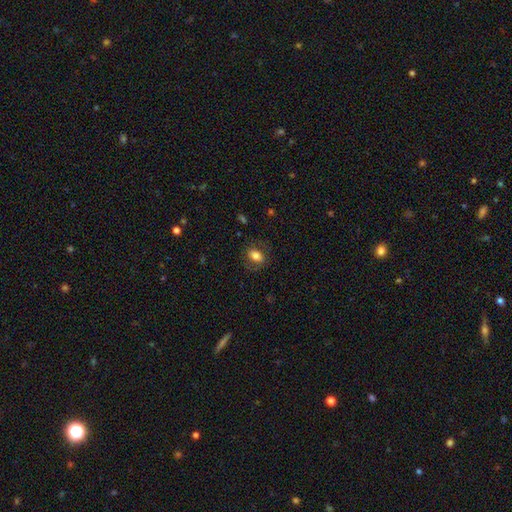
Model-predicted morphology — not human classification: type=smooth (74%); roundness=in between (79%); merging=none (76%).